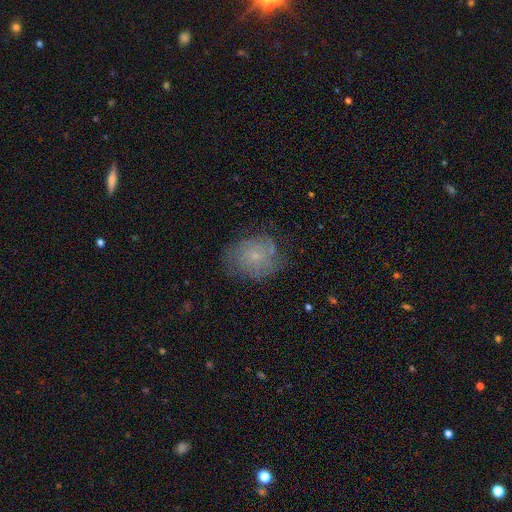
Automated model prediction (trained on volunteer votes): Q: Smooth or featured?
A: smooth (45%); runner-up: featured or disk (43%)
Q: Merging?
A: none (61%); runner-up: minor disturbance (25%)